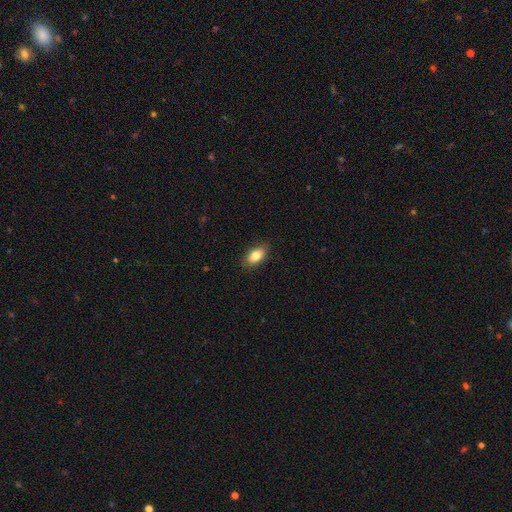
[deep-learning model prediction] The model was most divided on "smooth or featured": smooth: 82%, featured or disk: 11%, star or artifact: 7%. More confident: how rounded — in between (90%); merging — none (87%).